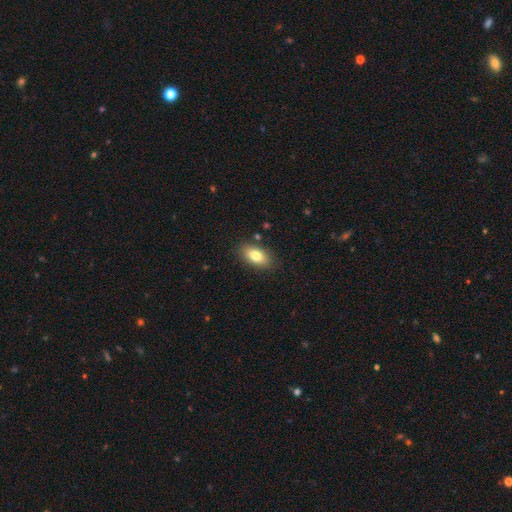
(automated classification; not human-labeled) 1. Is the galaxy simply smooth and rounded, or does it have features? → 81% smooth, 11% featured or disk, 8% star or artifact.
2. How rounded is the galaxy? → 90% in between, 6% round, 4% cigar-shaped.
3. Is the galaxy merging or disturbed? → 85% none, 10% minor disturbance, 3% major disturbance, 2% merger.